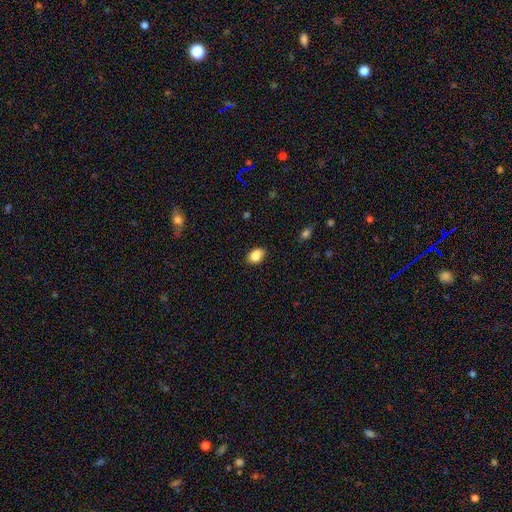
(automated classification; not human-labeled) Smooth or featured? Predicted: smooth (p=0.86). How rounded? Predicted: in between (p=0.77). Merging? Predicted: none (p=0.74).